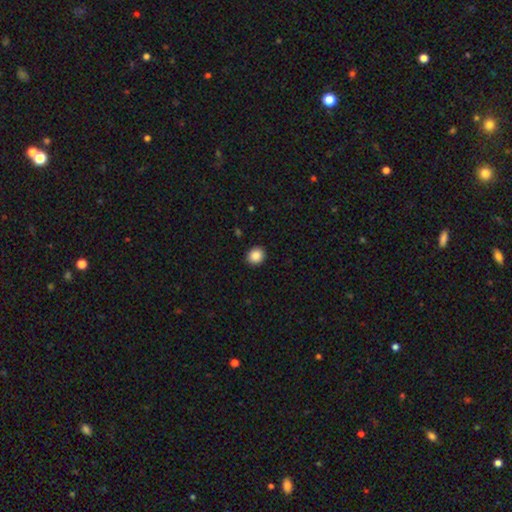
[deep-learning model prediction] Smooth or featured? Predicted: smooth (p=0.88). How rounded? Predicted: round (p=0.75). Merging? Predicted: none (p=0.91).